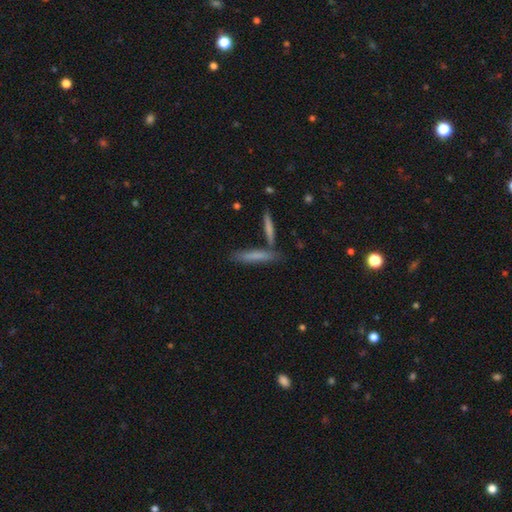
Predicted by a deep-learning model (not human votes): smooth 69%, featured or disk 23%, star or artifact 7%. Down the decision tree: how rounded — cigar-shaped (87%); merging — none (70%).